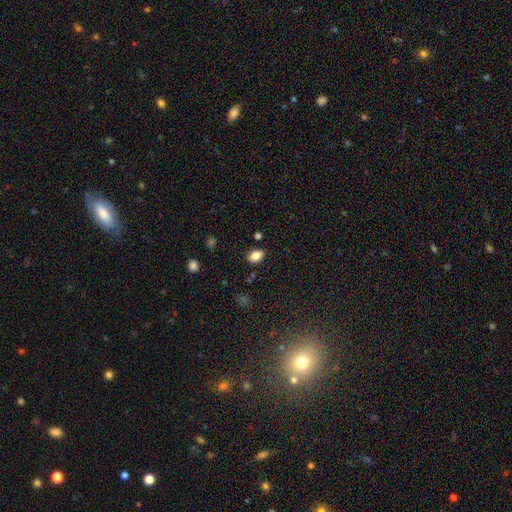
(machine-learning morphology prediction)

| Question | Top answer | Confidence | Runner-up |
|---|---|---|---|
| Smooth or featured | smooth | 84% | star or artifact (9%) |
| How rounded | in between | 85% | round (14%) |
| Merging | none | 85% | minor disturbance (11%) |